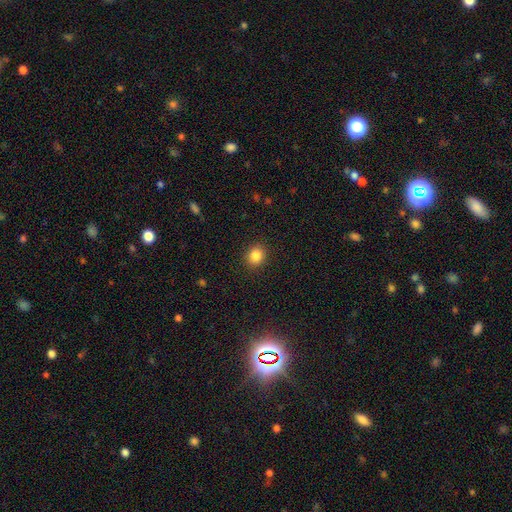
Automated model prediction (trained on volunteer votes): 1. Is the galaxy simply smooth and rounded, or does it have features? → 85% smooth, 10% star or artifact, 5% featured or disk.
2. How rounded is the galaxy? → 76% round, 23% in between, 1% cigar-shaped.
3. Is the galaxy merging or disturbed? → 90% none, 6% minor disturbance, 2% major disturbance, 1% merger.